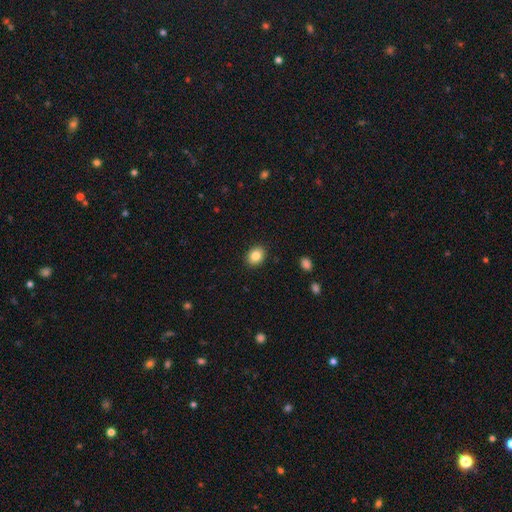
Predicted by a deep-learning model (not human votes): A smooth galaxy with no disk features (85%) that is in between round and cigar-shaped (54%).

Vote fractions:
- Smooth or featured? smooth: 85% / star or artifact: 9% / featured or disk: 6%
- How rounded? in between: 54% / round: 45% / cigar-shaped: 1%
- Merging? none: 89% / minor disturbance: 8% / major disturbance: 2% / merger: 1%